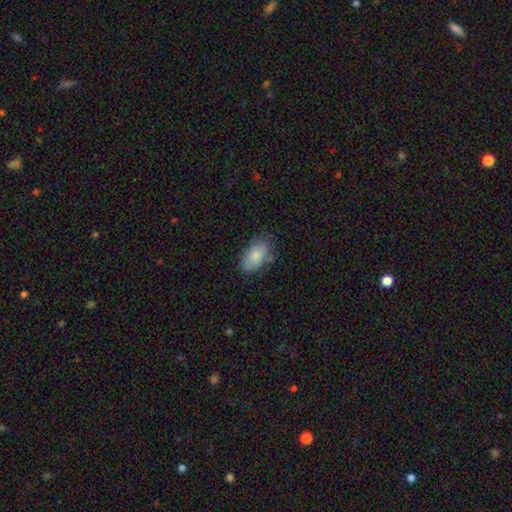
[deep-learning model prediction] A smooth galaxy with no disk features (82%) that is in between round and cigar-shaped (93%). Merging: none (67%).